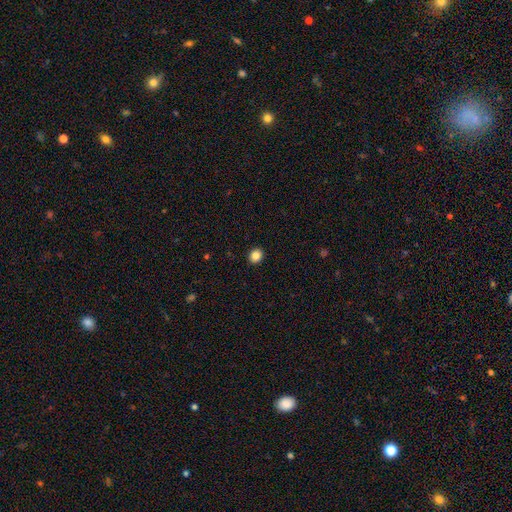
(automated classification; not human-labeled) A smooth galaxy with no disk features (86%) that is round (71%).

Vote fractions:
- Smooth or featured? smooth: 86% / star or artifact: 10% / featured or disk: 4%
- How rounded? round: 71% / in between: 28% / cigar-shaped: 1%
- Merging? none: 92% / minor disturbance: 5% / major disturbance: 2% / merger: 1%